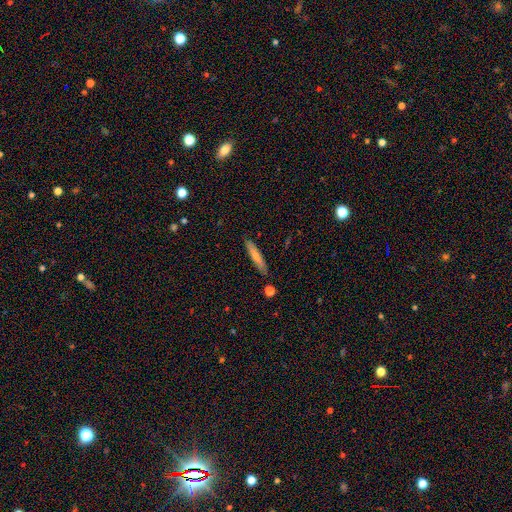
A smooth galaxy with no disk features (84%) that is cigar-shaped (94%).

Vote fractions:
- Smooth or featured? smooth: 84% / featured or disk: 14% / star or artifact: 3%
- How rounded? cigar-shaped: 94% / in between: 6% / round: 0%
- Merging? none: 86% / minor disturbance: 14% / major disturbance: 0% / merger: 0%